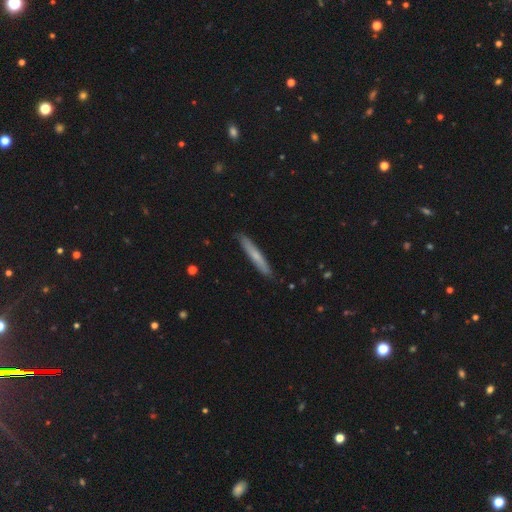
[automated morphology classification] smooth_or_featured: smooth (p=0.58) [alt: featured or disk p=0.36]
how_rounded: cigar-shaped (p=0.95) [alt: in between p=0.04]
merging: none (p=0.88) [alt: minor disturbance p=0.09]